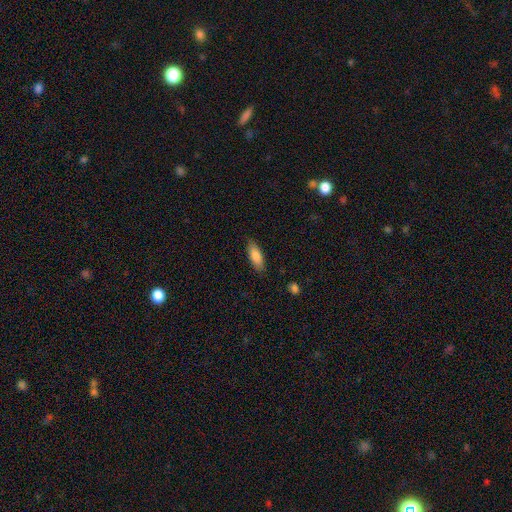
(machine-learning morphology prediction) type=smooth (82%); roundness=in between (67%); merging=none (85%).